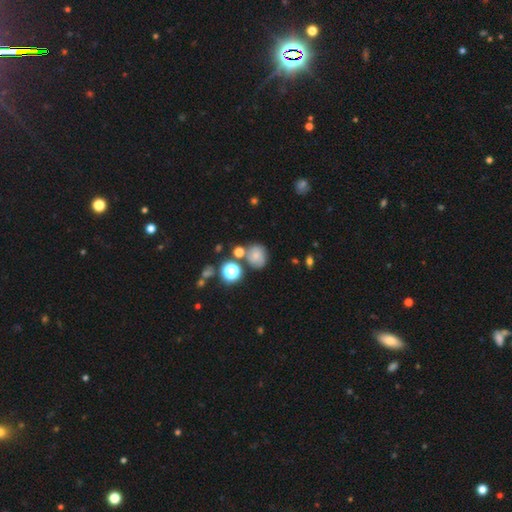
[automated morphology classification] Smooth or featured? smooth (60%)
How rounded? round (76%)
Merging? none (62%)